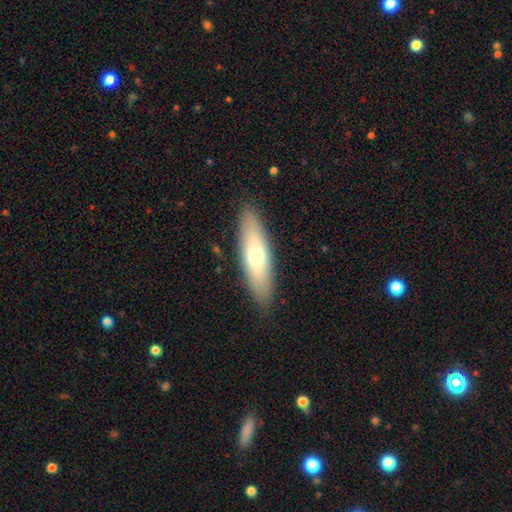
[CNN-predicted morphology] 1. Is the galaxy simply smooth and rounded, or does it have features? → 64% smooth, 30% featured or disk, 6% star or artifact.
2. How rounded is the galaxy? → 58% cigar-shaped, 40% in between, 2% round.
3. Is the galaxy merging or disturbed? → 88% none, 9% minor disturbance, 2% major disturbance, 1% merger.